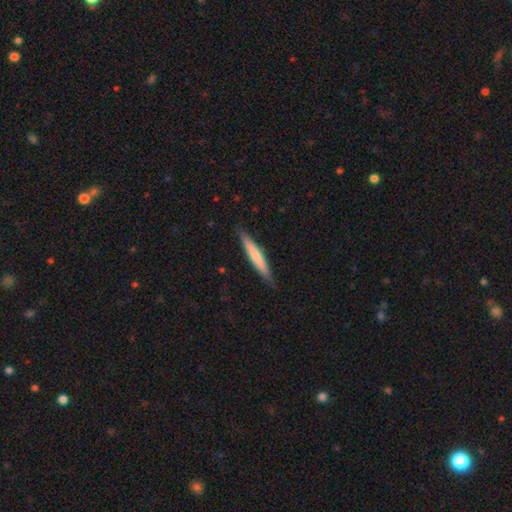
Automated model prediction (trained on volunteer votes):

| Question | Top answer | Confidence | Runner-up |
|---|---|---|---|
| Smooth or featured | smooth | 66% | featured or disk (29%) |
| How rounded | cigar-shaped | 94% | in between (5%) |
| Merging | none | 87% | minor disturbance (10%) |